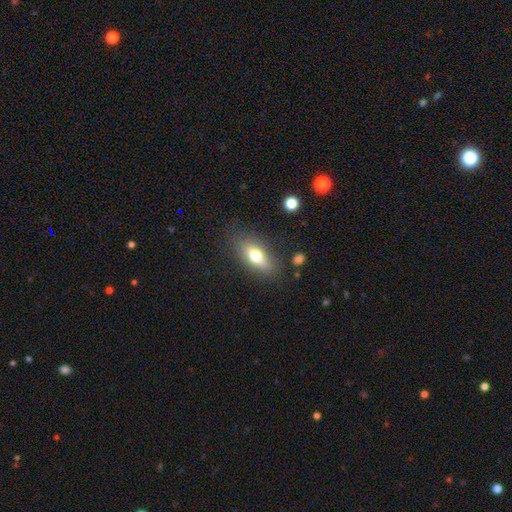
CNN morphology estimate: Q: Smooth or featured?
A: smooth (66%); runner-up: featured or disk (26%)
Q: How rounded?
A: in between (74%); runner-up: cigar-shaped (20%)
Q: Merging?
A: none (78%); runner-up: minor disturbance (15%)